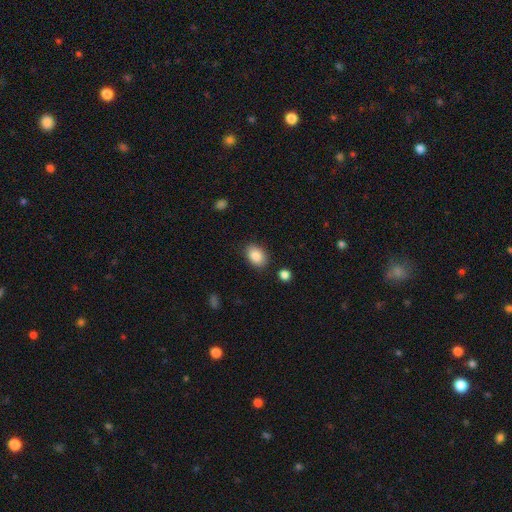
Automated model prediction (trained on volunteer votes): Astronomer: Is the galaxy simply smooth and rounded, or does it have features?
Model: smooth — 87%.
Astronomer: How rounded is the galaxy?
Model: in between — 82%.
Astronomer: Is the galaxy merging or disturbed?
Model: none — 84%.